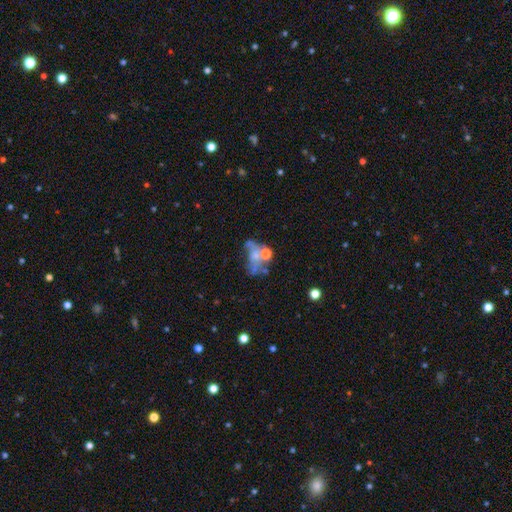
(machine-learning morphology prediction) This is possibly a featured or disk galaxy (48%). Merging: marginally major disturbance (35%).